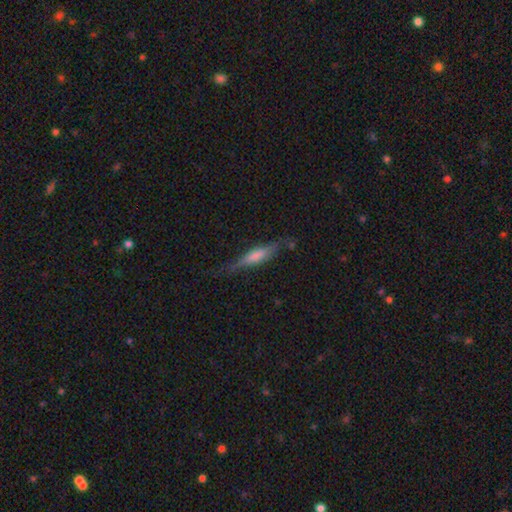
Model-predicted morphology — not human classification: smooth-or-featured: featured or disk: 49% | smooth: 44% | star or artifact: 7%
  merging: none: 73% | minor disturbance: 19% | major disturbance: 6% | merger: 2%